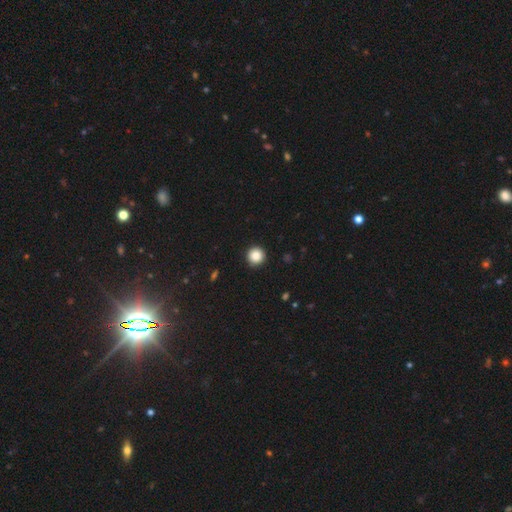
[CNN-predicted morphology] Smooth or featured? smooth (87%)
How rounded? round (96%)
Merging? none (92%)